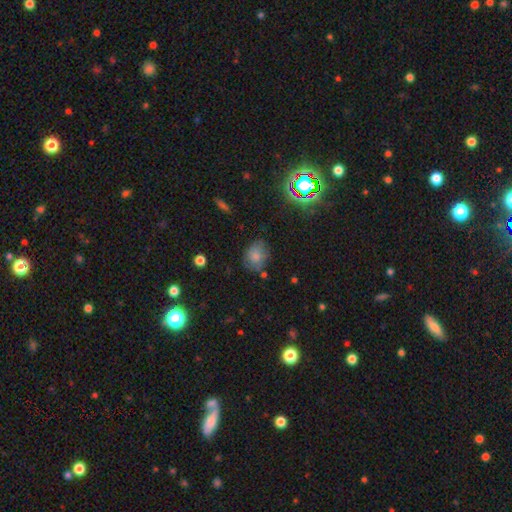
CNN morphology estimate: Smooth or featured? Predicted: smooth (p=0.74). How rounded? Predicted: in between (p=0.50). Merging? Predicted: none (p=0.68).